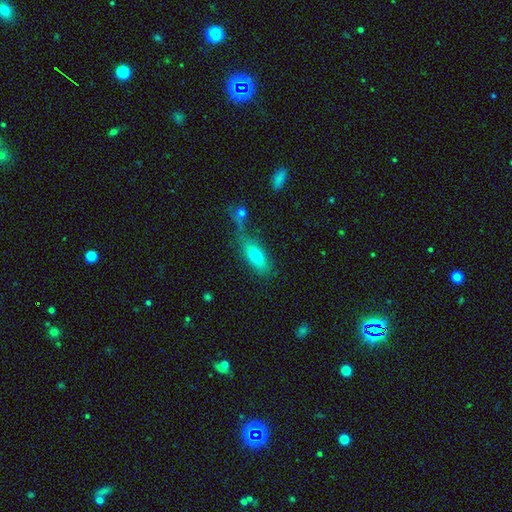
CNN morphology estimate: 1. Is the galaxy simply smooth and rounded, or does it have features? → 71% smooth, 20% featured or disk, 10% star or artifact.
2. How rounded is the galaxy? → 70% in between, 26% cigar-shaped, 5% round.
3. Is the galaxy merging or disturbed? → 49% none, 26% merger, 15% minor disturbance, 10% major disturbance.